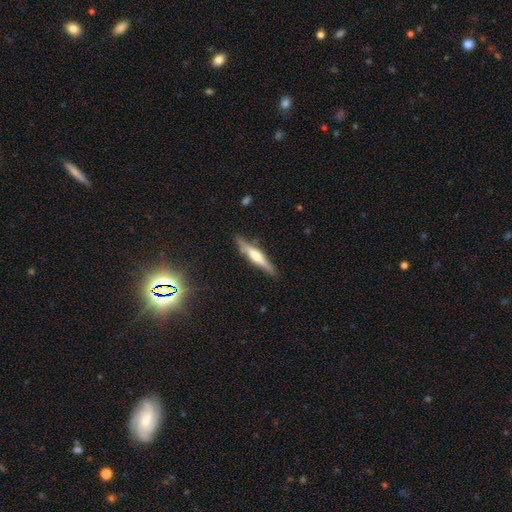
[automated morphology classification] A featured or disk galaxy (56%) viewed edge-on (96%) with a rounded central bulge (68%).

Vote fractions:
- Smooth or featured? featured or disk: 56% / smooth: 38% / star or artifact: 6%
- Edge-on disk? yes: 96% / no: 4%
- Edge-on bulge? rounded: 68% / boxy: 20% / none: 11%
- Merging? none: 86% / minor disturbance: 10% / major disturbance: 2% / merger: 1%